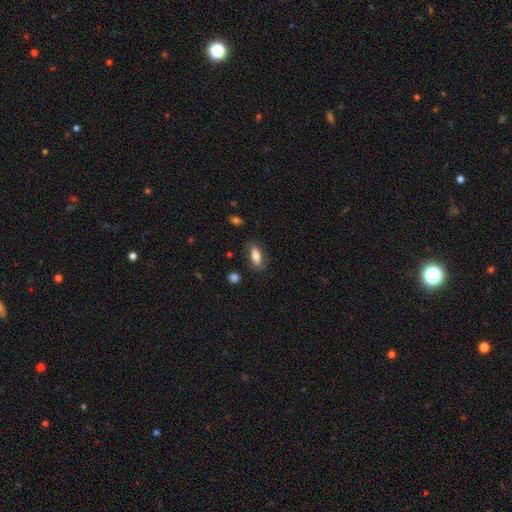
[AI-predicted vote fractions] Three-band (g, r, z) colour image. It shows a smooth galaxy with no disk features (68%) that is in between round and cigar-shaped (82%). Merging: none (74%).